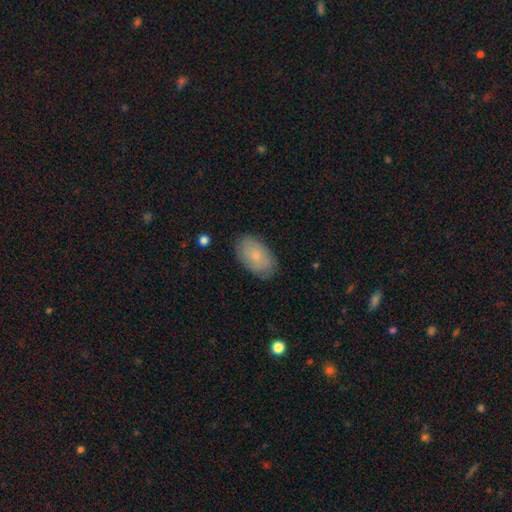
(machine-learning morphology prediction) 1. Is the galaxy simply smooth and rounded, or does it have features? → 78% smooth, 16% featured or disk, 7% star or artifact.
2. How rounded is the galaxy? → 94% in between, 5% round, 2% cigar-shaped.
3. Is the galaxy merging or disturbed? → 84% none, 13% minor disturbance, 3% major disturbance, 1% merger.